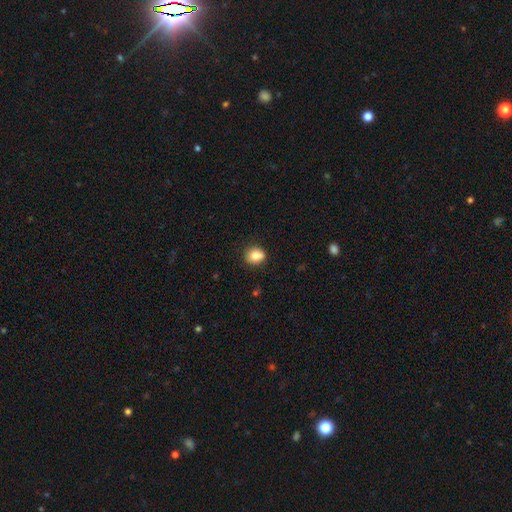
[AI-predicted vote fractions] Morphology: type=smooth (83%); roundness=round (64%); merging=none (76%).